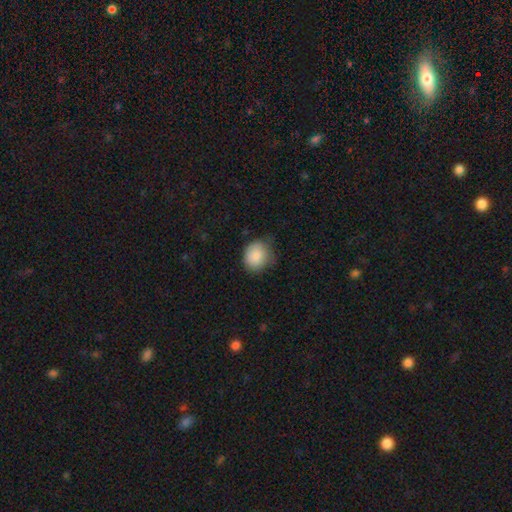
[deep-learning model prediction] Morphology: type=smooth (87%); roundness=round (68%); merging=none (63%).